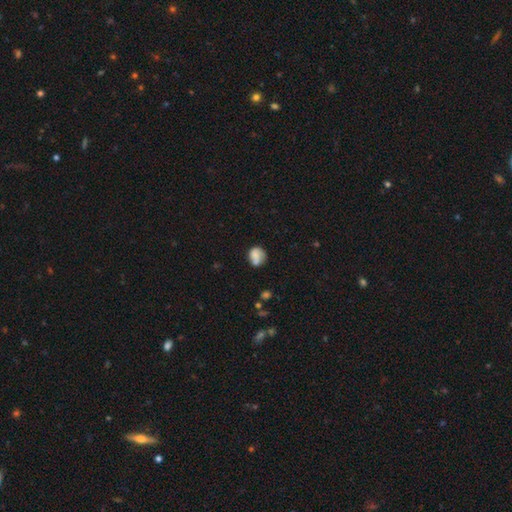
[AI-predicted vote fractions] Morphology: type=smooth (67%); roundness=round (70%); merging=none (52%).